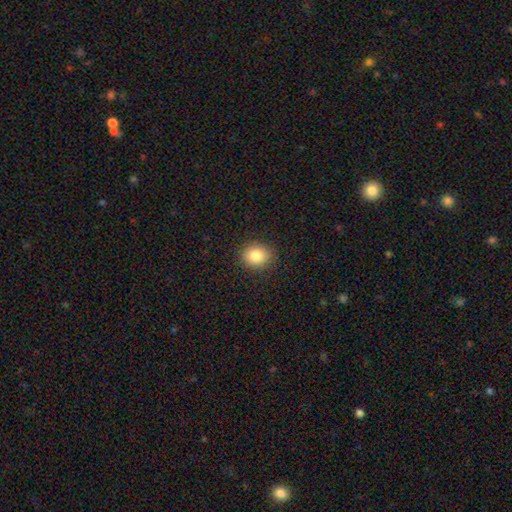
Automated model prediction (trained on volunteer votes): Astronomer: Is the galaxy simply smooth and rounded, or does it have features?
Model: smooth — 85%.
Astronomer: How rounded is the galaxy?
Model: round — 74%.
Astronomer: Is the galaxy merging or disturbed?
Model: none — 89%.